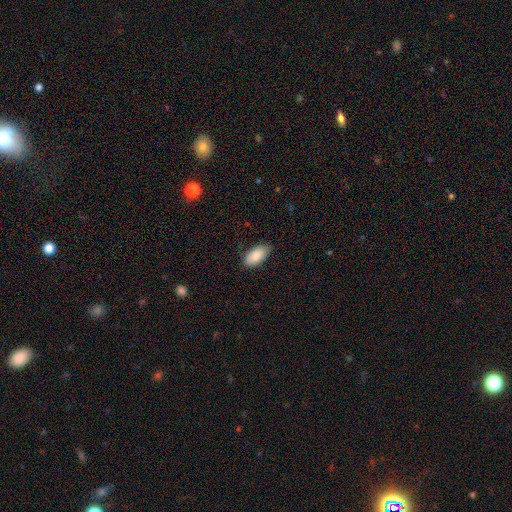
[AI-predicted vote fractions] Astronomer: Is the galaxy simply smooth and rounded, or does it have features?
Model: smooth — 88%.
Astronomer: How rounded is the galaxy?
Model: in between — 94%.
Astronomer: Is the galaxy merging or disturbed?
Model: none — 79%.